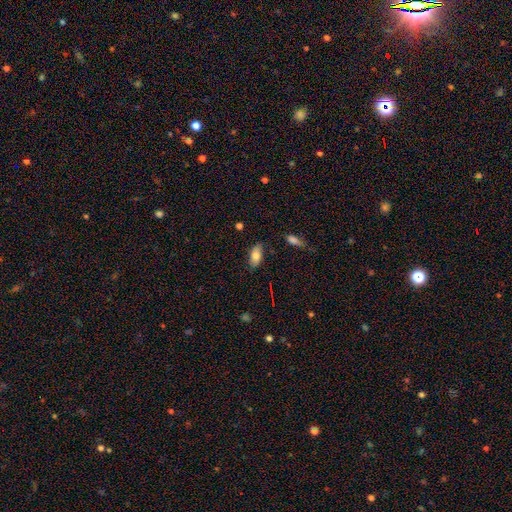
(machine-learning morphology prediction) Smooth or featured: smooth — 79% (featured or disk — 13%)
How rounded: in between — 91% (cigar-shaped — 6%)
Merging: none — 77% (minor disturbance — 17%)